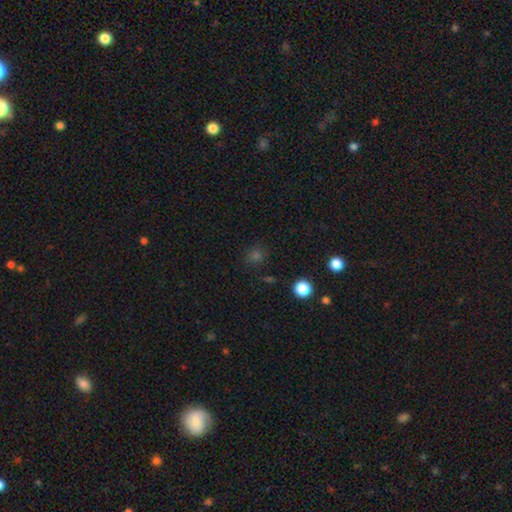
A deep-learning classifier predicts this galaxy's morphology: smooth-or-featured: smooth: 64% | star or artifact: 30% | featured or disk: 6%
  how-rounded: round: 86% | in between: 12% | cigar-shaped: 1%
  merging: none: 86% | minor disturbance: 9% | major disturbance: 3% | merger: 2%